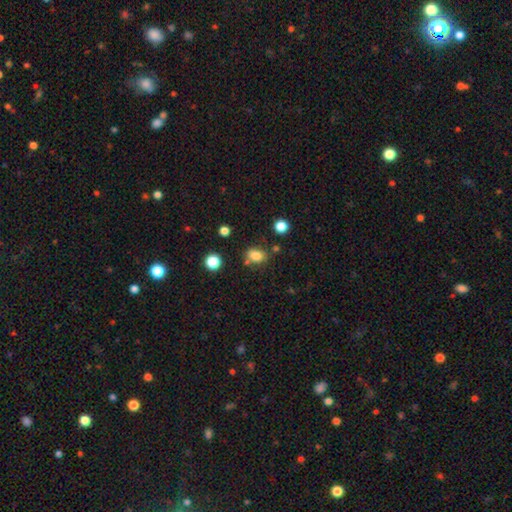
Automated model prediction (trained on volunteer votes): This appears to be a smooth galaxy with no disk features (82%) that is in between round and cigar-shaped (72%). Merging: none (69%).